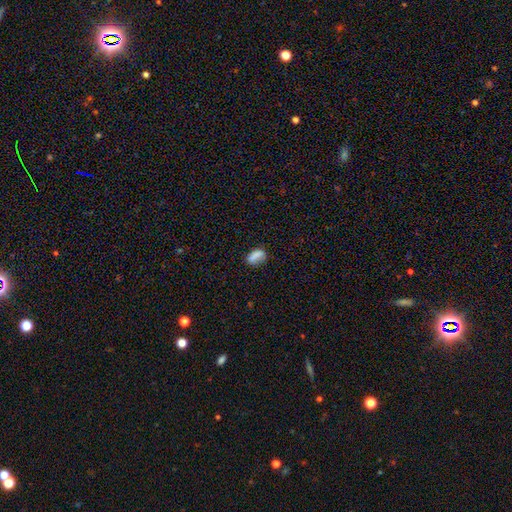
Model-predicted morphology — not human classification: smooth-or-featured: smooth: 82% | featured or disk: 9% | star or artifact: 9%
  how-rounded: in between: 83% | round: 11% | cigar-shaped: 7%
  merging: none: 65% | minor disturbance: 23% | major disturbance: 8% | merger: 4%